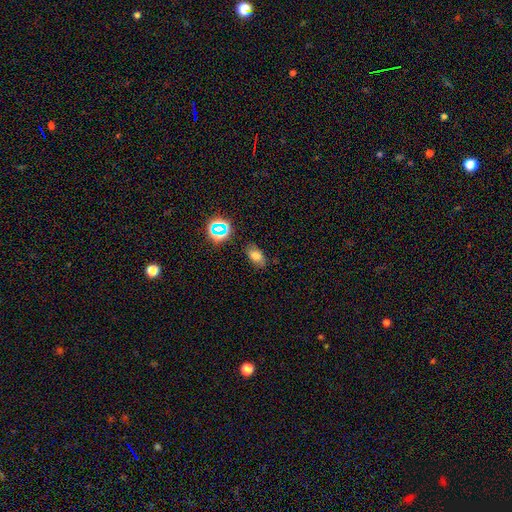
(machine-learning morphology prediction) smooth-or-featured: smooth: 70% | star or artifact: 17% | featured or disk: 14%
  how-rounded: in between: 87% | round: 11% | cigar-shaped: 2%
  merging: none: 76% | minor disturbance: 18% | major disturbance: 4% | merger: 2%